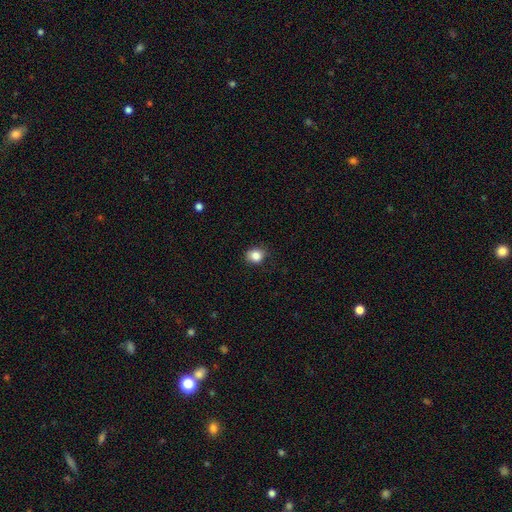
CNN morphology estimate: This appears to be a smooth galaxy with no disk features (85%) that is round (68%). Merging: none (84%).